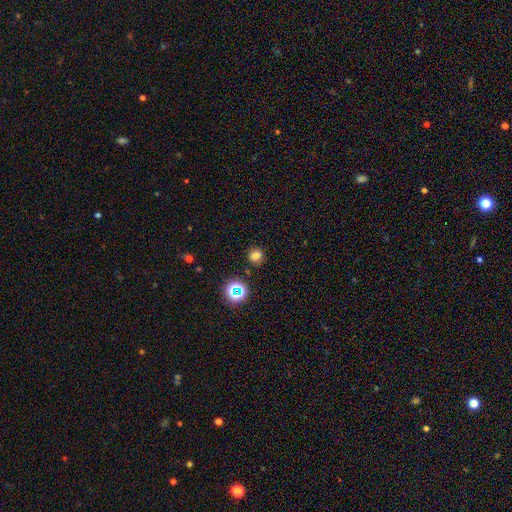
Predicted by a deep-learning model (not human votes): Morphology: type=smooth (73%); roundness=round (77%); merging=none (86%).